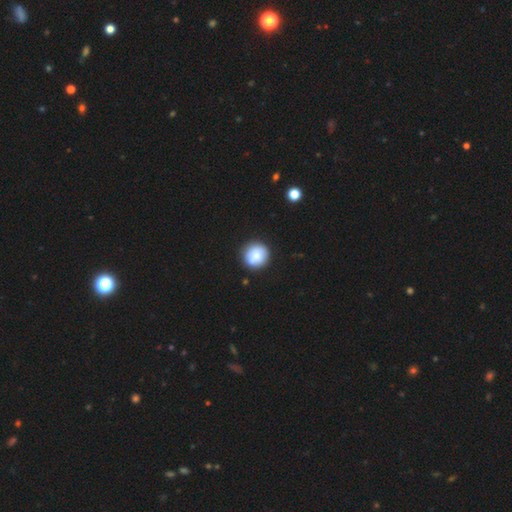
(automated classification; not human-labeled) This appears to be a smooth galaxy with no disk features (79%) that is round (93%). Merging: none (78%).